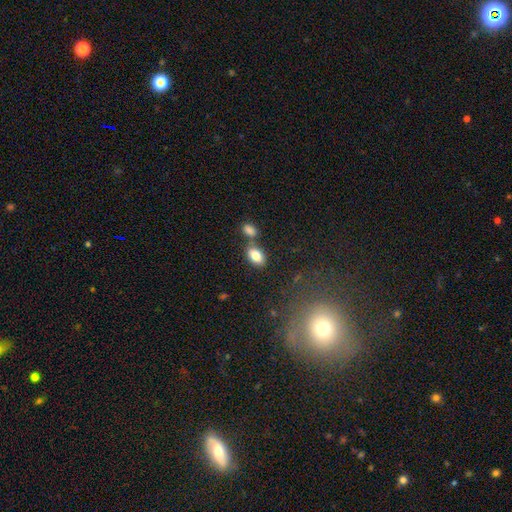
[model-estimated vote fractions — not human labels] smooth-or-featured: smooth: 82% | featured or disk: 9% | star or artifact: 8%
  how-rounded: in between: 89% | round: 9% | cigar-shaped: 2%
  merging: none: 61% | merger: 25% | minor disturbance: 11% | major disturbance: 3%